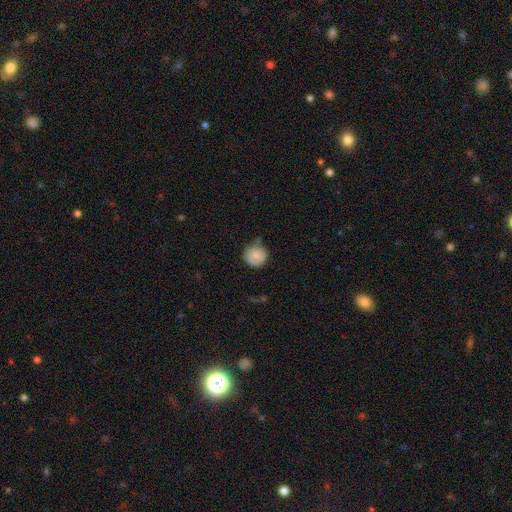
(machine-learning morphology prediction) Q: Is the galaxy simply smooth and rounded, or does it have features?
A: smooth — 81%.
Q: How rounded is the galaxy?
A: round — 91%.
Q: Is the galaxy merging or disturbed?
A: none — 66%.